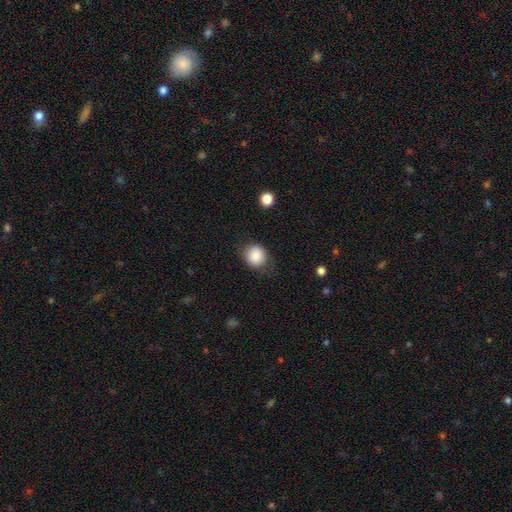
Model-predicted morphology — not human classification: This is clearly a smooth galaxy (84%). How rounded: clearly round (84%). Merging: likely none (77%).